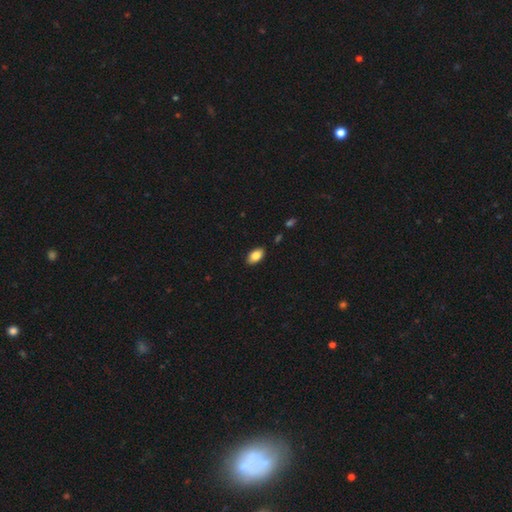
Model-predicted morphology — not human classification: This appears to be a smooth galaxy with no disk features (84%) that is in between round and cigar-shaped (92%). Merging: none (89%).